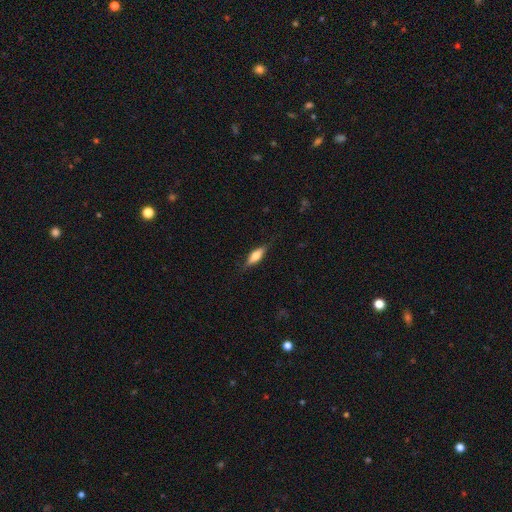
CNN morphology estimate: type=smooth (56%); roundness=in between (52%); merging=none (82%).